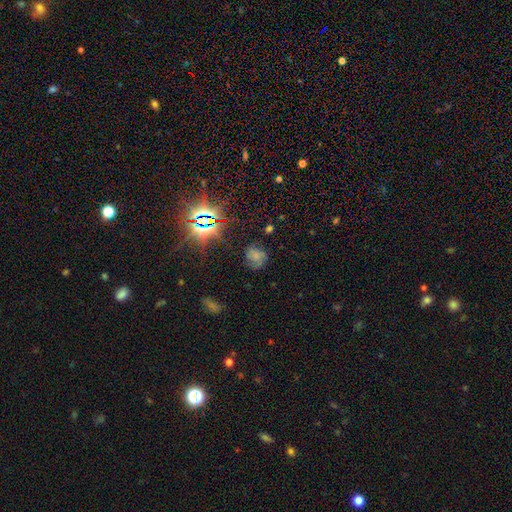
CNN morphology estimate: Smooth or featured? smooth (49%)
Merging? none (62%)